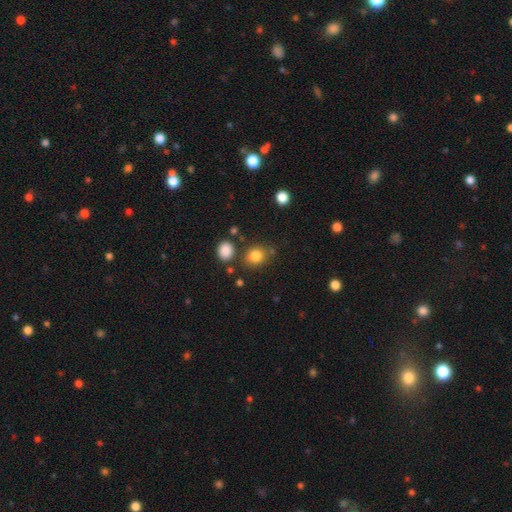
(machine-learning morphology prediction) A smooth galaxy with no disk features (82%) that is round (69%).

Vote fractions:
- Smooth or featured? smooth: 82% / star or artifact: 12% / featured or disk: 6%
- How rounded? round: 69% / in between: 30% / cigar-shaped: 1%
- Merging? none: 75% / minor disturbance: 13% / merger: 8% / major disturbance: 4%